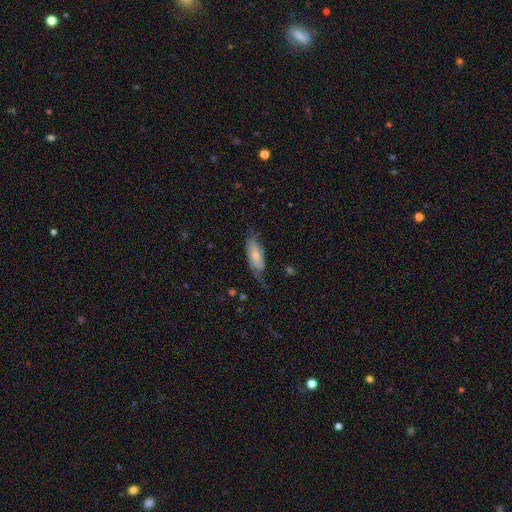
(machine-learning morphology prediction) smooth-or-featured: smooth: 56% | featured or disk: 38% | star or artifact: 6%
  how-rounded: in between: 73% | cigar-shaped: 25% | round: 2%
  merging: none: 56% | minor disturbance: 28% | major disturbance: 14% | merger: 2%